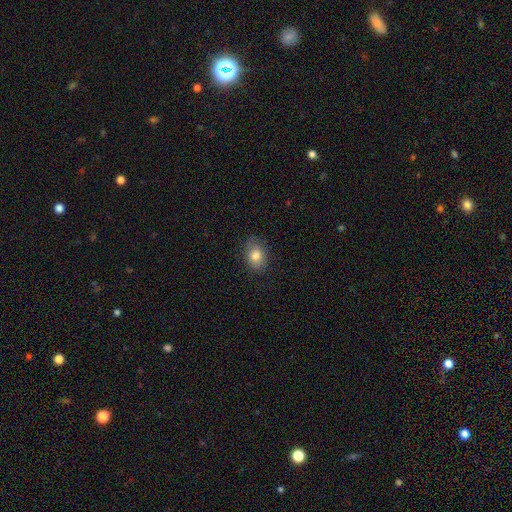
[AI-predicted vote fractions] smooth-or-featured: smooth: 80% | featured or disk: 10% | star or artifact: 10%
  how-rounded: in between: 68% | round: 31% | cigar-shaped: 1%
  merging: none: 83% | minor disturbance: 13% | major disturbance: 3% | merger: 1%